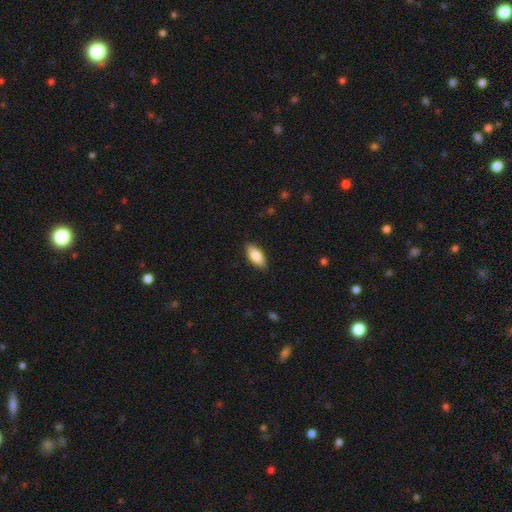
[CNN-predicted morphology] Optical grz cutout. It shows a smooth galaxy with no disk features (82%) that is in between round and cigar-shaped (88%). Merging: none (87%).